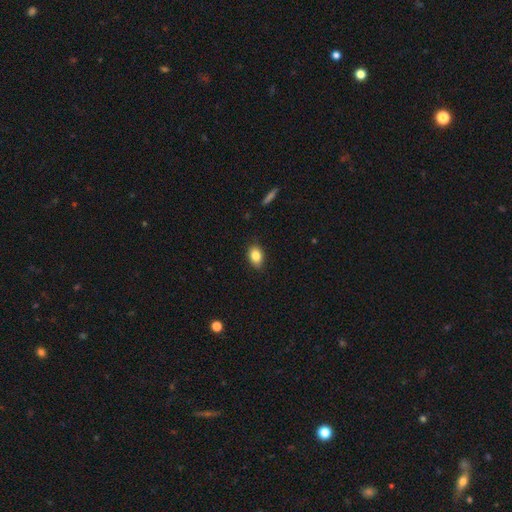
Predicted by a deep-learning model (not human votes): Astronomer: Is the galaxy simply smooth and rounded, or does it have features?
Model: smooth — 84%.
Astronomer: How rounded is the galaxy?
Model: in between — 81%.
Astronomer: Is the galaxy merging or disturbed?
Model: none — 85%.